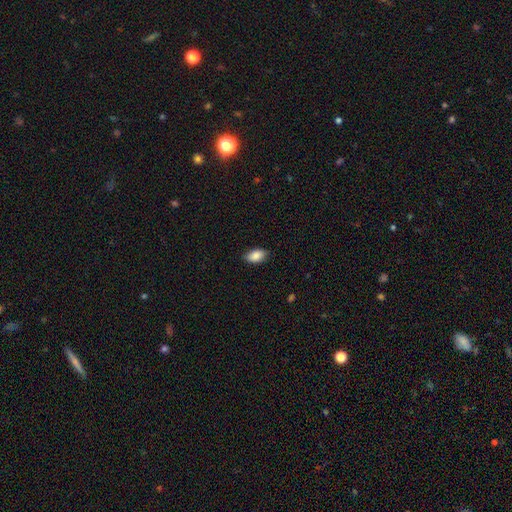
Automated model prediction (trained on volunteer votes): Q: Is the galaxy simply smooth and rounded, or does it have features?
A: smooth — 87%.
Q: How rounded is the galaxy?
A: in between — 92%.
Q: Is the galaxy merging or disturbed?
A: none — 86%.